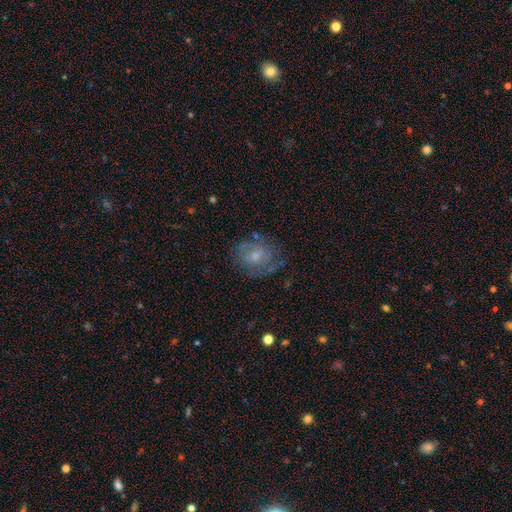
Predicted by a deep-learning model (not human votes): Q: Smooth or featured?
A: featured or disk (52%); runner-up: smooth (38%)
Q: Edge-on disk?
A: no (97%); runner-up: yes (3%)
Q: Merging?
A: none (61%); runner-up: minor disturbance (22%)